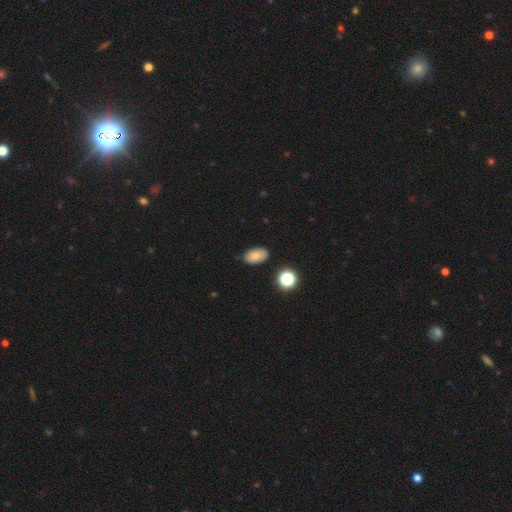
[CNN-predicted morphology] Smooth or featured? smooth (81%)
How rounded? in between (90%)
Merging? none (79%)